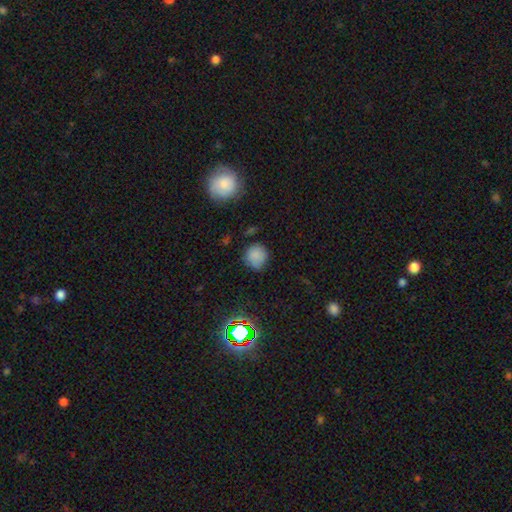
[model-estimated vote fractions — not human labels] Smooth or featured? Predicted: smooth (p=0.80). How rounded? Predicted: round (p=0.88). Merging? Predicted: none (p=0.73).